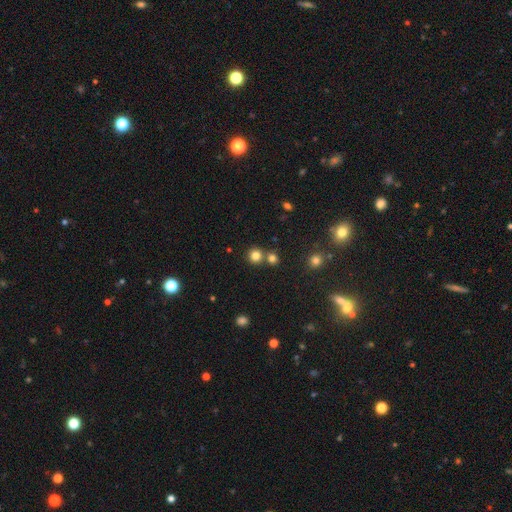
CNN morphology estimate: smooth 80%, star or artifact 14%, featured or disk 6%. Down the decision tree: how rounded — round (92%); merging — none (70%).